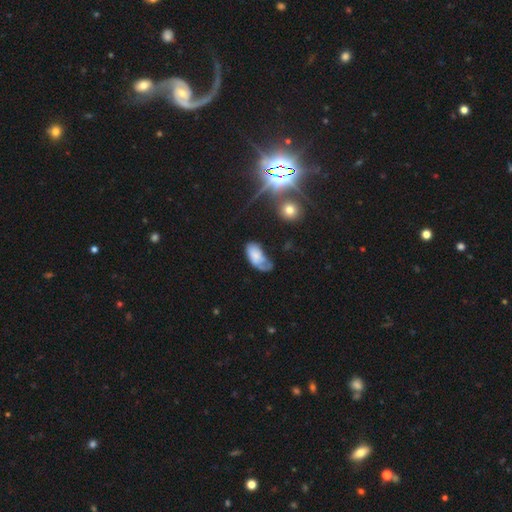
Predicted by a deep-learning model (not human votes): Q: Smooth or featured?
A: smooth (60%); runner-up: featured or disk (30%)
Q: How rounded?
A: in between (93%); runner-up: round (3%)
Q: Merging?
A: major disturbance (32%); tied with: minor disturbance (32%)